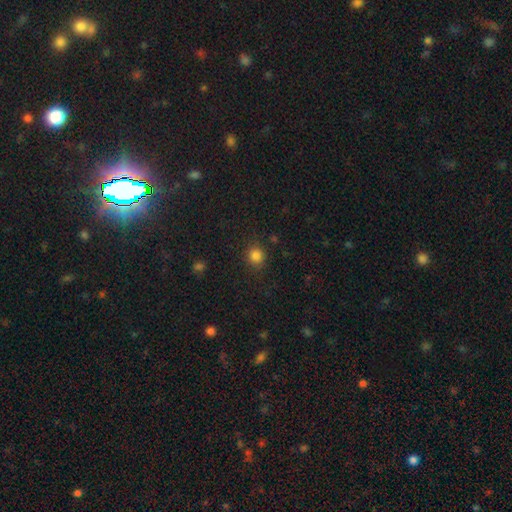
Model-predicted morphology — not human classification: smooth 83%, star or artifact 13%, featured or disk 4%. Down the decision tree: how rounded — round (89%); merging — none (88%).